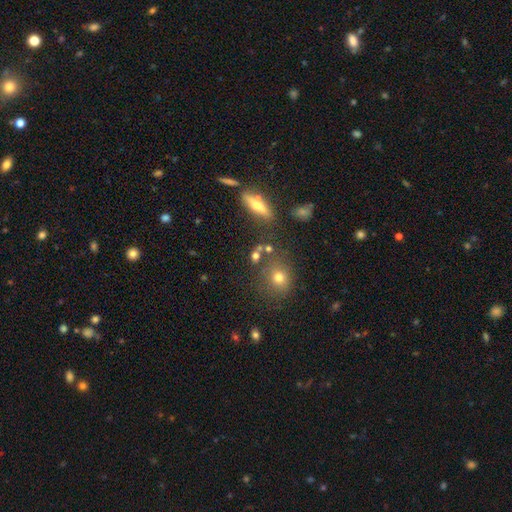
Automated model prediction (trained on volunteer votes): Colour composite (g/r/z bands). It shows a smooth galaxy with no disk features (66%) that is round (58%). Merging: none (64%).